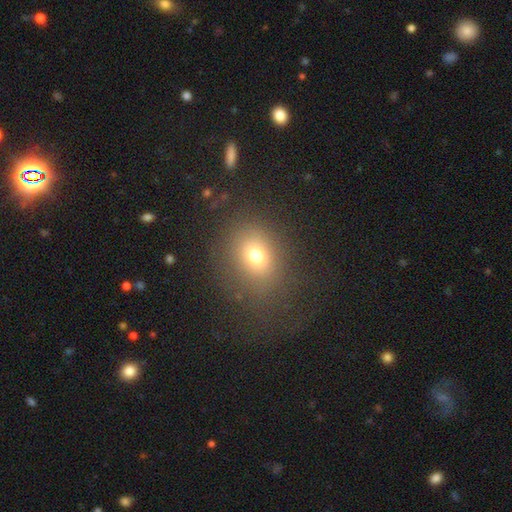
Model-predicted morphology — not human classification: This is likely a smooth galaxy (71%). How rounded: possibly round (57%). Merging: likely none (77%).